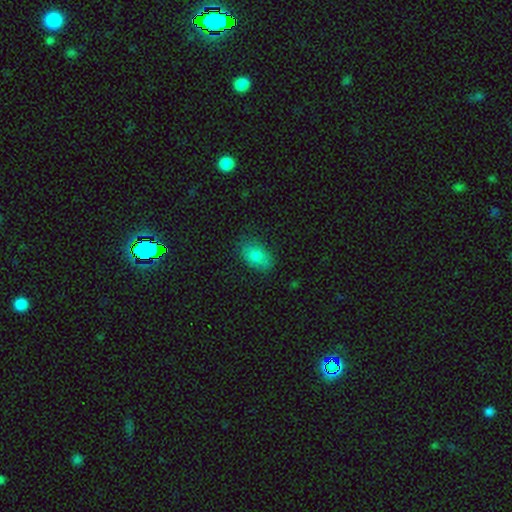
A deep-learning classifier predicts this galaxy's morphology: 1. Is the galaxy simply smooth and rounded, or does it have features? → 80% smooth, 11% featured or disk, 9% star or artifact.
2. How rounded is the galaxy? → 89% in between, 9% round, 2% cigar-shaped.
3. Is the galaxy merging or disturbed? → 81% none, 15% minor disturbance, 3% major disturbance, 1% merger.